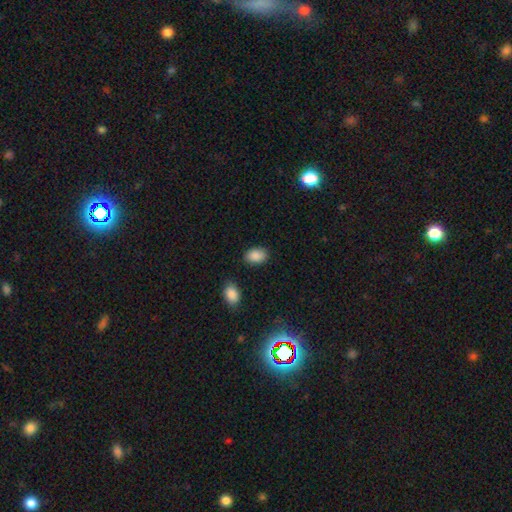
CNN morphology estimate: Overall: smooth (89%). How rounded: in between (86%). Merging: none (82%).